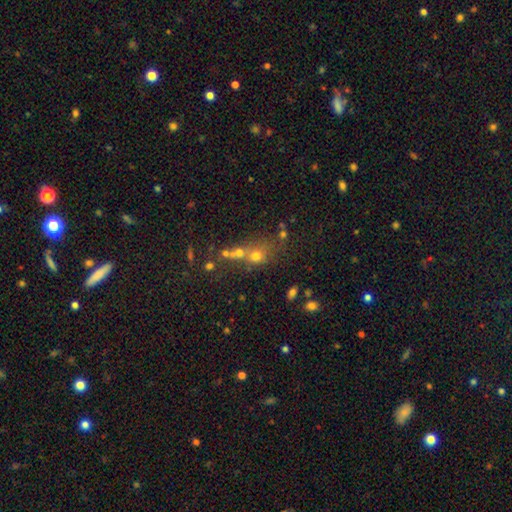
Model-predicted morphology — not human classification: Smooth or featured?
  - smooth: 52% *
  - star or artifact: 29%
  - featured or disk: 19%
How rounded?
  - round: 73% *
  - in between: 23%
  - cigar-shaped: 3%
Merging?
  - none: 44% *
  - merger: 39%
  - minor disturbance: 10%
  - major disturbance: 7%